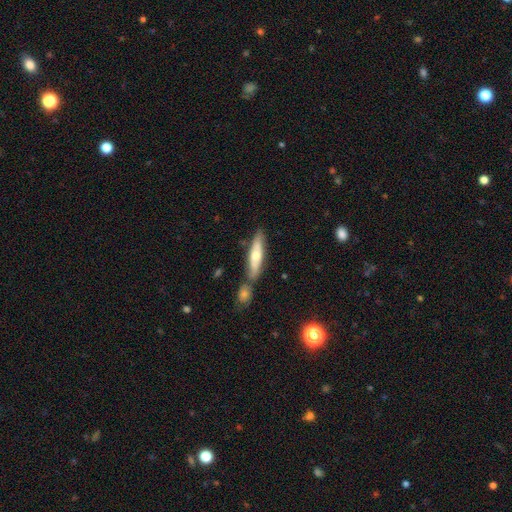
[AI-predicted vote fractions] smooth-or-featured: smooth: 51% | featured or disk: 44% | star or artifact: 6%
  how-rounded: cigar-shaped: 71% | in between: 27% | round: 2%
  merging: none: 65% | merger: 18% | minor disturbance: 13% | major disturbance: 3%